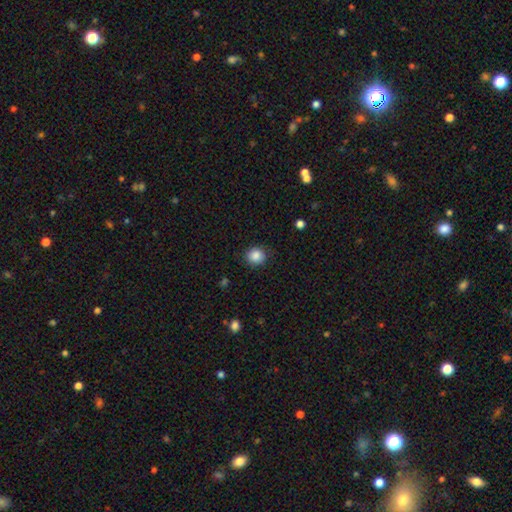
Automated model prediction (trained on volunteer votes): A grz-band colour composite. It shows a smooth galaxy with no disk features (87%) that is round (85%). Merging: none (86%).